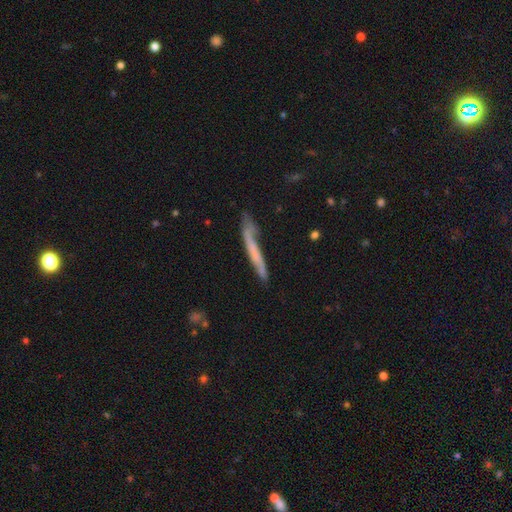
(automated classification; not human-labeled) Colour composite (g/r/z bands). It shows a featured or disk galaxy (47%). Merging: none (59%).